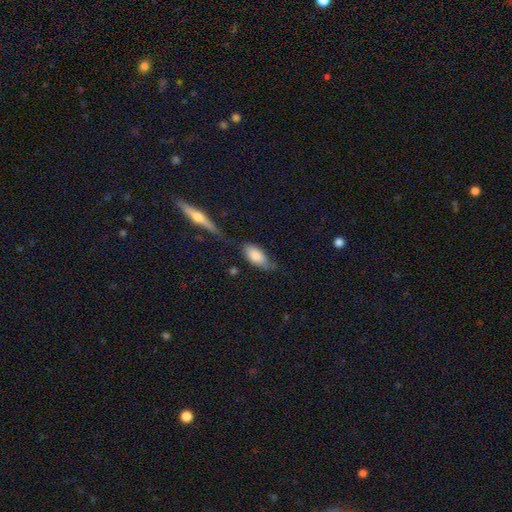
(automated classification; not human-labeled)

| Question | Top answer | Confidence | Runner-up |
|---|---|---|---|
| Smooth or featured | smooth | 81% | featured or disk (13%) |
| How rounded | in between | 88% | cigar-shaped (9%) |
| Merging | none | 55% | minor disturbance (28%) |